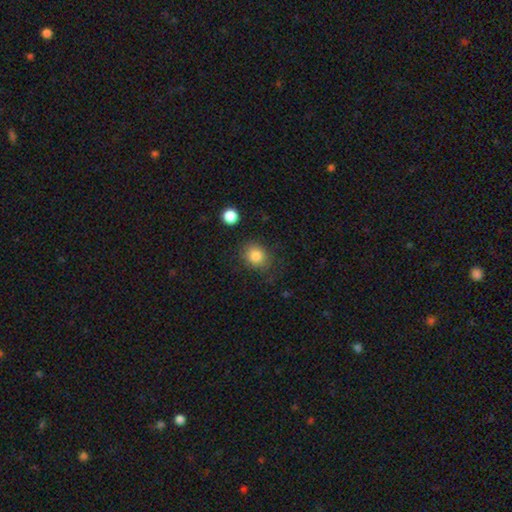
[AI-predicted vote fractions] smooth-or-featured: smooth: 85% | star or artifact: 10% | featured or disk: 6%
  how-rounded: round: 60% | in between: 39% | cigar-shaped: 1%
  merging: none: 77% | minor disturbance: 15% | major disturbance: 5% | merger: 3%